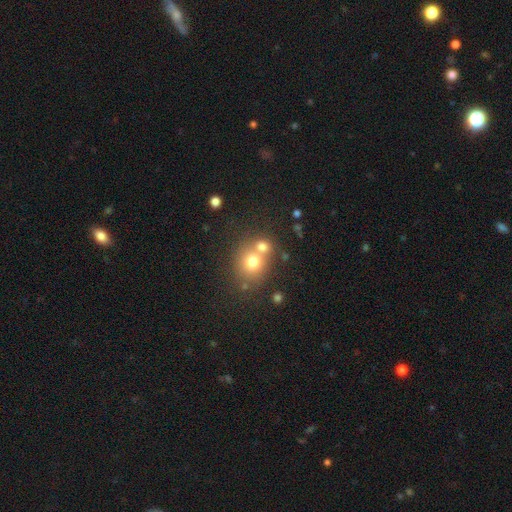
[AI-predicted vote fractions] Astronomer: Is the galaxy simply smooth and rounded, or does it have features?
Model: smooth — 68%.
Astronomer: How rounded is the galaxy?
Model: round — 78%.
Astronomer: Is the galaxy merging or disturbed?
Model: none — 47% (runner-up: merger, 43%).